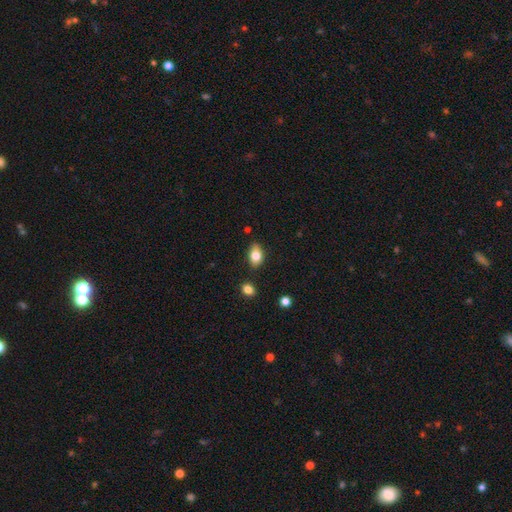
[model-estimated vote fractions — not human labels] smooth_or_featured: smooth (p=0.79) [alt: featured or disk p=0.12]
how_rounded: in between (p=0.82) [alt: round p=0.15]
merging: none (p=0.77) [alt: minor disturbance p=0.17]